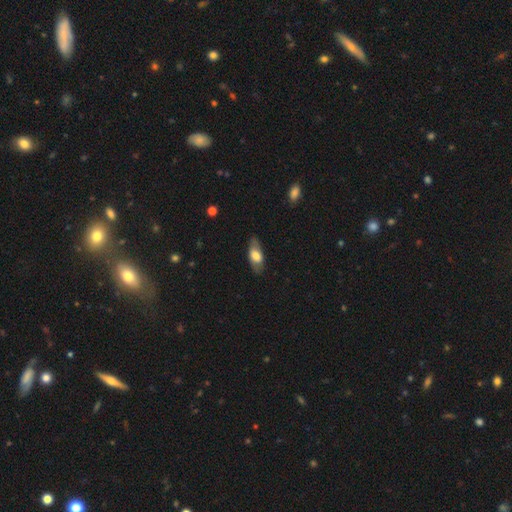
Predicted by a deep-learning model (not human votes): Morphology: type=smooth (61%); roundness=in between (83%); merging=none (78%).